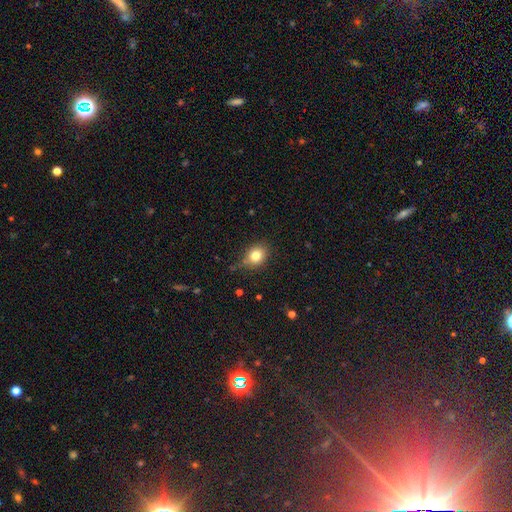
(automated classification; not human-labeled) smooth 81%, star or artifact 11%, featured or disk 8%. Down the decision tree: how rounded — round (54%); merging — none (75%).